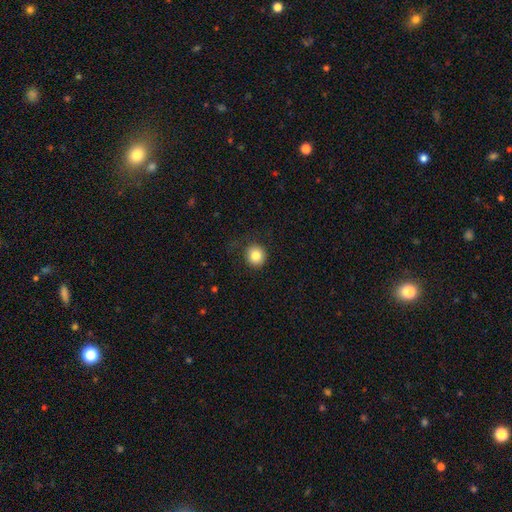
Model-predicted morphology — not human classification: A smooth galaxy with no disk features (83%) that is round (91%).

Vote fractions:
- Smooth or featured? smooth: 83% / star or artifact: 10% / featured or disk: 7%
- How rounded? round: 91% / in between: 8% / cigar-shaped: 1%
- Merging? none: 84% / minor disturbance: 11% / major disturbance: 4% / merger: 1%